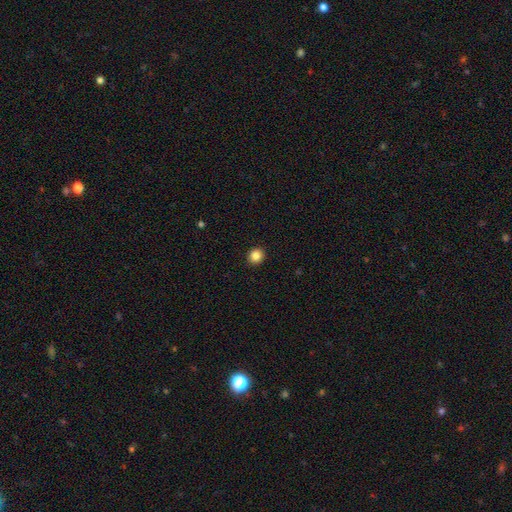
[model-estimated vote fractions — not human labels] smooth-or-featured: smooth: 86% | star or artifact: 10% | featured or disk: 4%
  how-rounded: round: 90% | in between: 9% | cigar-shaped: 1%
  merging: none: 93% | minor disturbance: 5% | major disturbance: 2% | merger: 1%